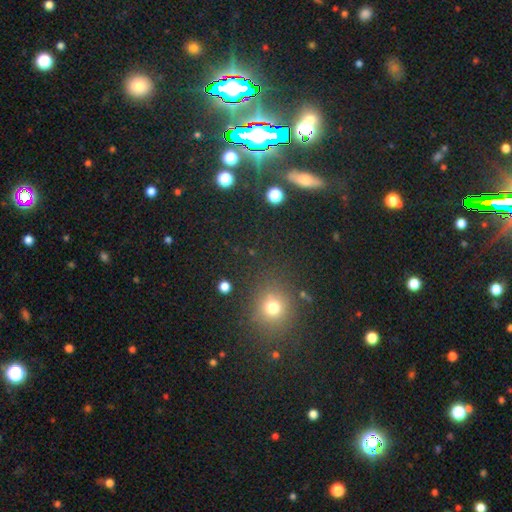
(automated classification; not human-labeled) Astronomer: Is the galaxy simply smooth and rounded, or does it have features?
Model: star or artifact — 48% (runner-up: smooth, 44%).